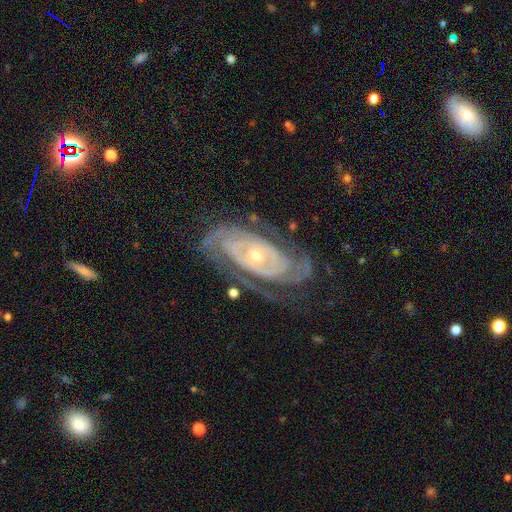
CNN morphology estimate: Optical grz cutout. It shows a featured or disk galaxy (90%) with no bar (71%), 2 (52%) tight (77%) spiral arms (96%) and a small central bulge (59%). Merging: none (71%).